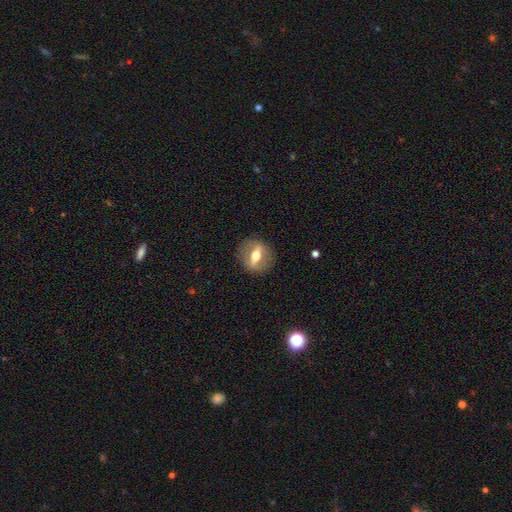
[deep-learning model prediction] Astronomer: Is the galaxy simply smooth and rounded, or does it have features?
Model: featured or disk — 65%.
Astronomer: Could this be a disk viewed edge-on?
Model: yes — 51% (runner-up: no, 49%).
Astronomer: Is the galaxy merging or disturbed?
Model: none — 87%.